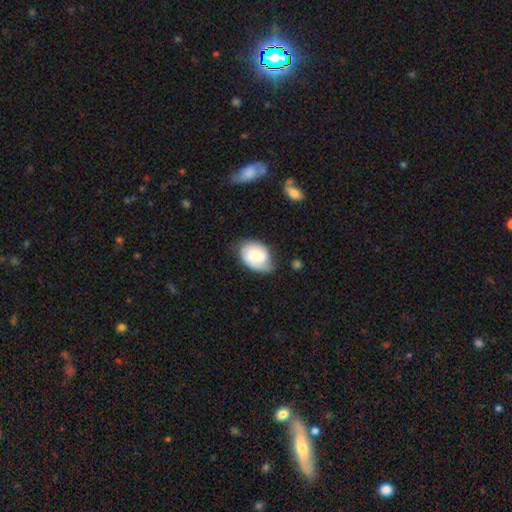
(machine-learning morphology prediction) type=featured or disk (55%); edge-on=no (97%); bar=no (45%); spiral arms=yes (89%); bulge=moderate (38%, tied with small); merging=none (61%).